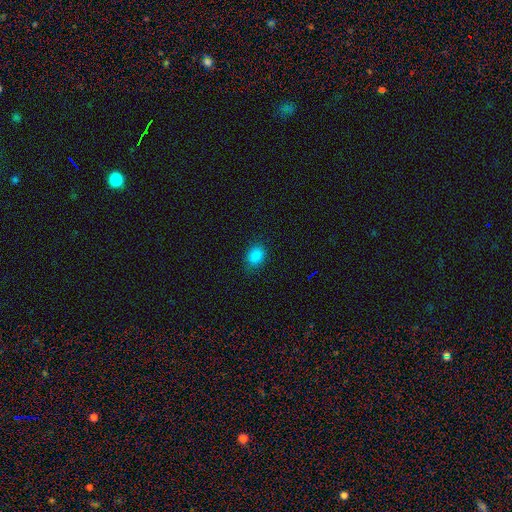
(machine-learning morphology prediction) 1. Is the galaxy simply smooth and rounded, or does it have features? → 84% smooth, 12% star or artifact, 4% featured or disk.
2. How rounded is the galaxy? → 56% in between, 43% round, 1% cigar-shaped.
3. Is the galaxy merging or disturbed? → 83% none, 12% minor disturbance, 3% major disturbance, 1% merger.